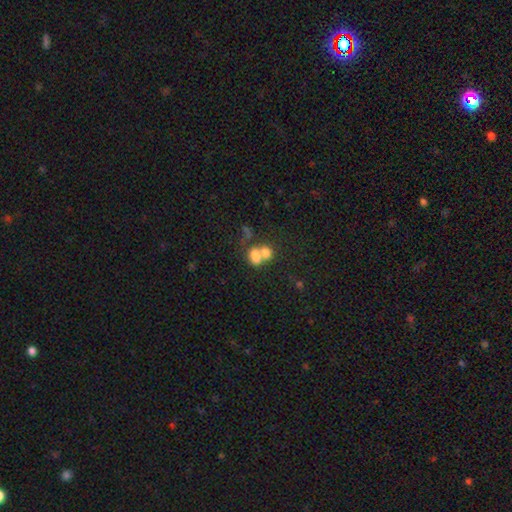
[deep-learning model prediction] Smooth or featured? Predicted: smooth (p=0.73). How rounded? Predicted: in between (p=0.71). Merging? Predicted: merger (p=0.65).